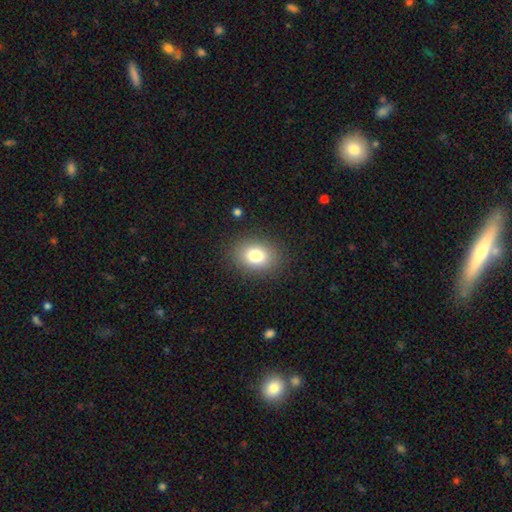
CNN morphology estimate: Overall: smooth (80%). How rounded: in between (59%; round 40%). Merging: none (88%).